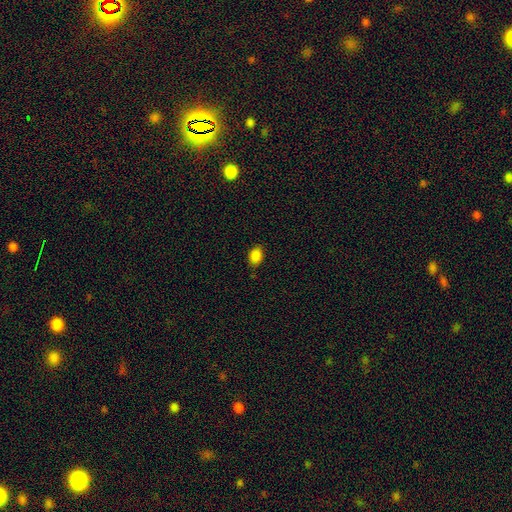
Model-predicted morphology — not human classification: The model was most divided on "how rounded": in between: 77%, round: 22%, cigar-shaped: 1%. More confident: smooth or featured — smooth (86%); merging — none (83%).